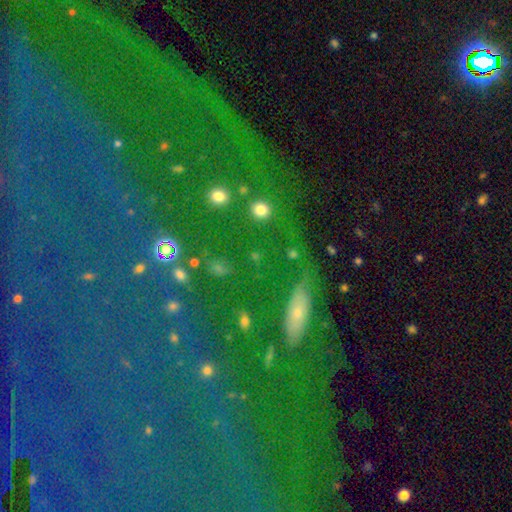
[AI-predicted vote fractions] smooth 41%, star or artifact 33%, featured or disk 26%. Down the decision tree: merging — none (77%).